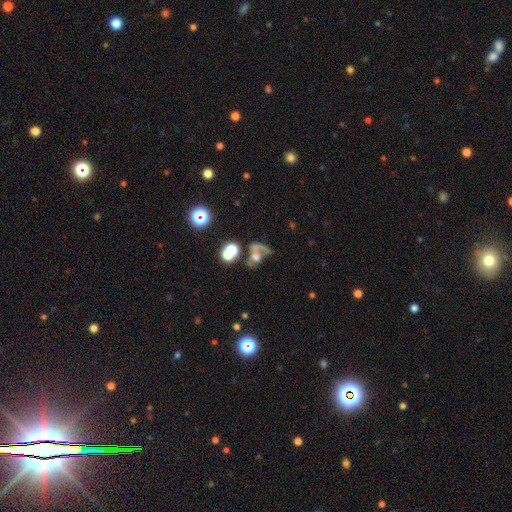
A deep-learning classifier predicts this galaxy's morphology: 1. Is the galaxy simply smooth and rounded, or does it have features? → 46% featured or disk, 34% smooth, 19% star or artifact.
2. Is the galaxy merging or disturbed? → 36% major disturbance, 29% merger, 23% none, 12% minor disturbance.